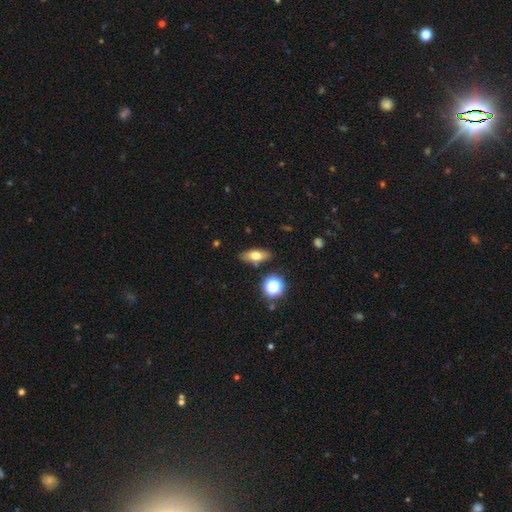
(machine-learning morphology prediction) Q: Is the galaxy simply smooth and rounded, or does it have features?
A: smooth — 69%.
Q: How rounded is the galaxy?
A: in between — 73%.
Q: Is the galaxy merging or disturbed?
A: none — 83%.